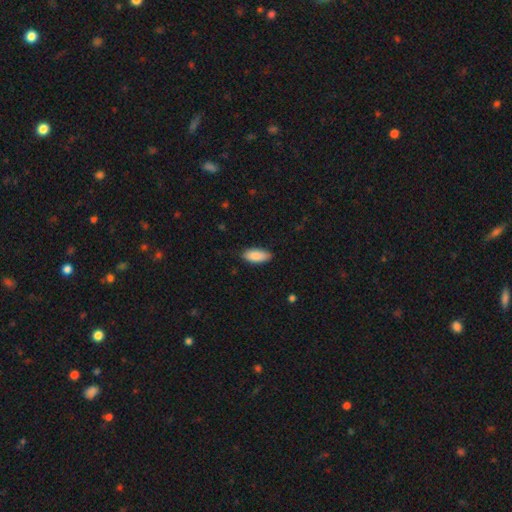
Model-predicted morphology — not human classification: Overall: smooth (88%). How rounded: in between (88%). Merging: none (83%).